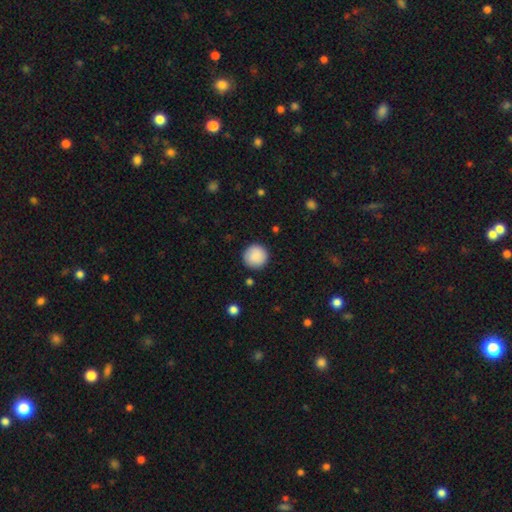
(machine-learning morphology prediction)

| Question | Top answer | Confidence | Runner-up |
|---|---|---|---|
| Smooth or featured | smooth | 89% | star or artifact (7%) |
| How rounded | round | 96% | in between (3%) |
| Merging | none | 91% | minor disturbance (6%) |